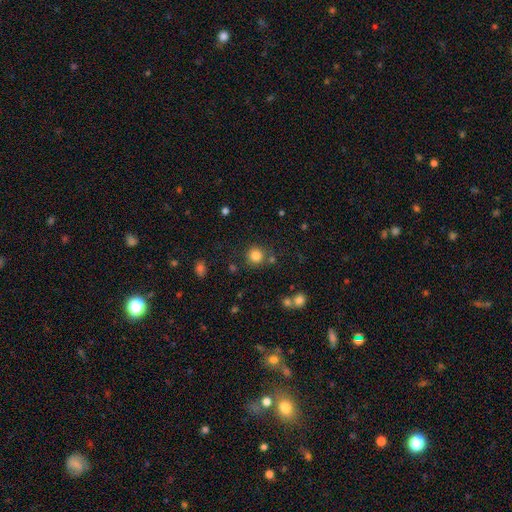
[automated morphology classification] Smooth or featured? smooth (83%)
How rounded? round (93%)
Merging? none (81%)